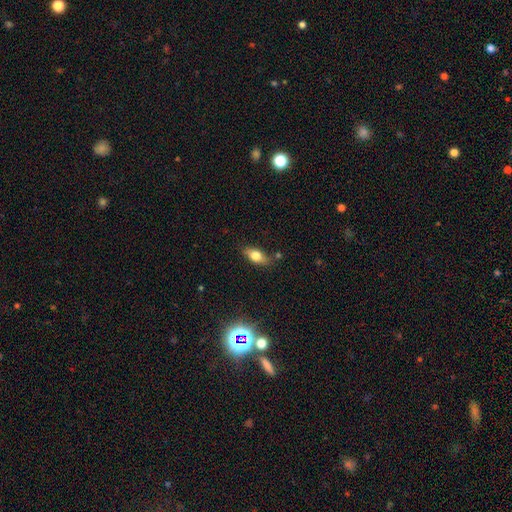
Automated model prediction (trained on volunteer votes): The model was most divided on "smooth or featured": smooth: 71%, featured or disk: 20%, star or artifact: 9%. More confident: how rounded — in between (82%); merging — none (80%).